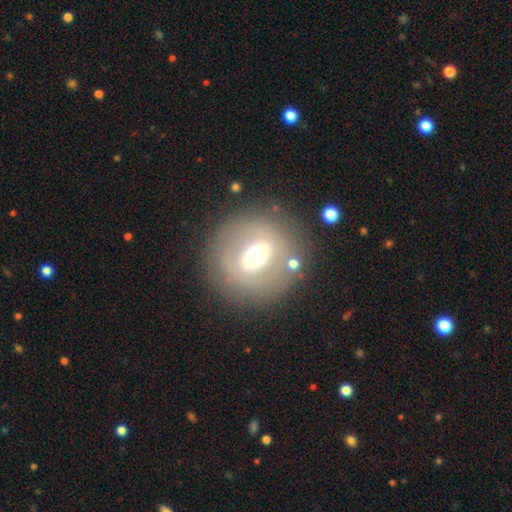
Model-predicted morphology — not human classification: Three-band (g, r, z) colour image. It shows a featured or disk galaxy (44%). Merging: none (79%).